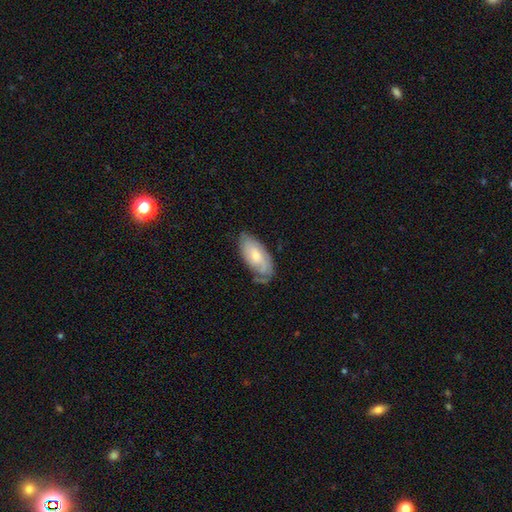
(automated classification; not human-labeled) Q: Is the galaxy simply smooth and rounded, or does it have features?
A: featured or disk — 54%.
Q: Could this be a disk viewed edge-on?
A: no — 91%.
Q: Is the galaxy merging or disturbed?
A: none — 59%.